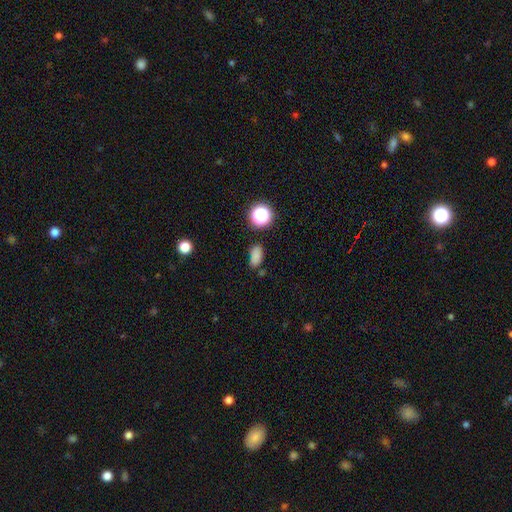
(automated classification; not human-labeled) smooth 79%, star or artifact 16%, featured or disk 5%. Down the decision tree: how rounded — in between (84%); merging — none (76%).